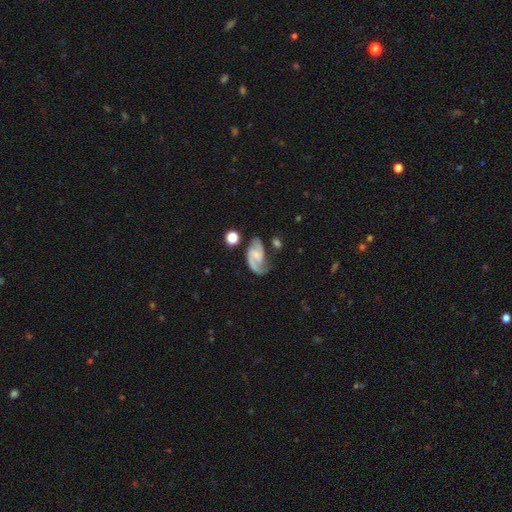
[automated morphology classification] Smooth or featured? Predicted: featured or disk (p=0.82). Edge-on disk? Predicted: no (p=0.97). Bar? Predicted: weak (p=0.43). Spiral arms? Predicted: yes (p=0.95). Spiral winding? Predicted: medium (p=0.50). Spiral arm count? Predicted: 2 (p=0.81). Bulge size? Predicted: none (p=0.43). Merging? Predicted: none (p=0.57).